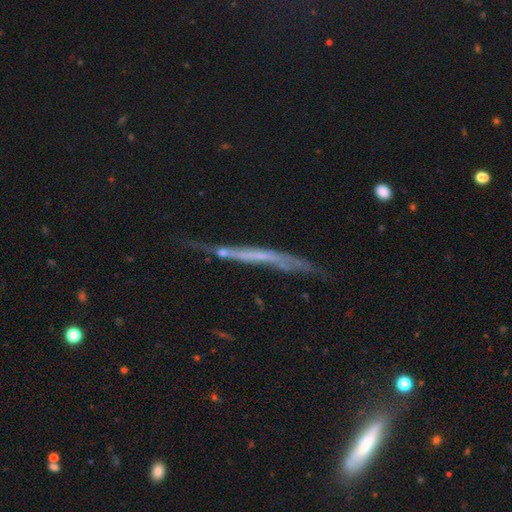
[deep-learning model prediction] Q: Smooth or featured?
A: featured or disk (54%); runner-up: smooth (30%)
Q: Edge-on disk?
A: yes (80%); runner-up: no (20%)
Q: Merging?
A: none (55%); runner-up: minor disturbance (25%)